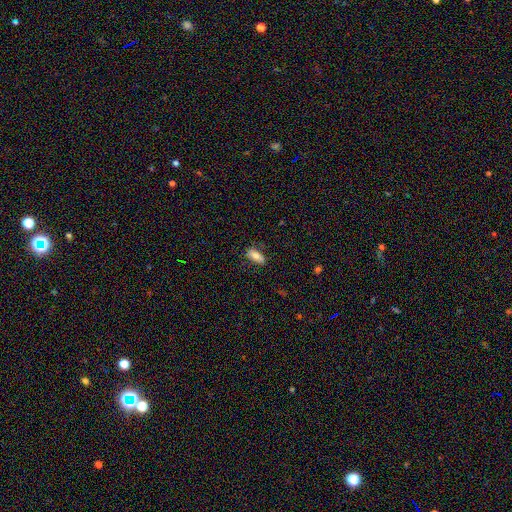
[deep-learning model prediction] The model was most divided on "smooth or featured": smooth: 77%, featured or disk: 15%, star or artifact: 8%. More confident: merging — none (80%); how rounded — in between (80%).